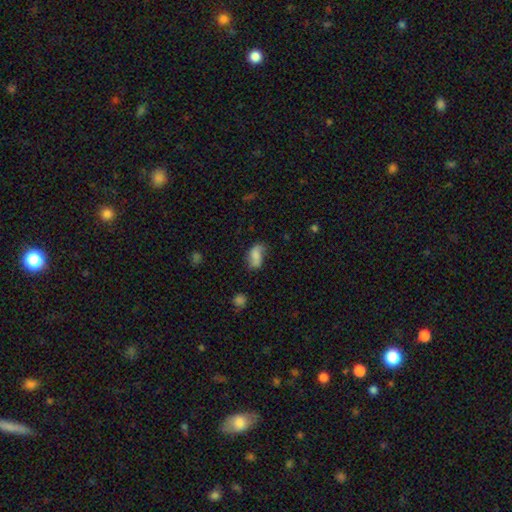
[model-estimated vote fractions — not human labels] The model was most divided on "merging": none: 49%, minor disturbance: 33%, major disturbance: 14%, merger: 5%. More confident: how rounded — in between (90%); smooth or featured — smooth (72%).